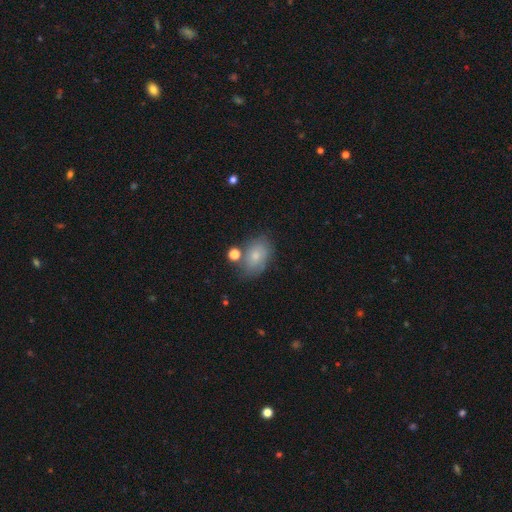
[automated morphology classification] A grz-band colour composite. It shows a smooth galaxy with no disk features (73%) that is in between round and cigar-shaped (80%). Merging: none (63%).